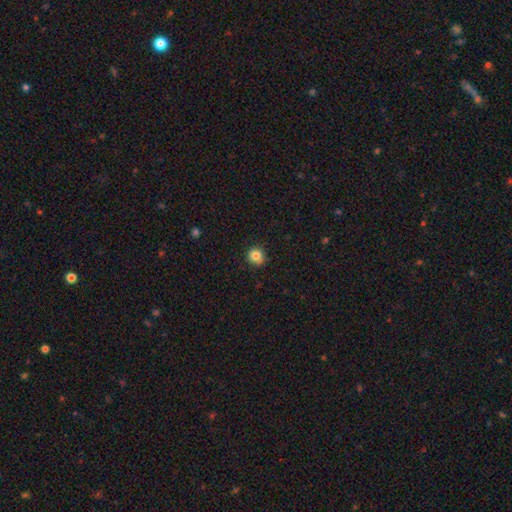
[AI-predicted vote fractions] Q: Smooth or featured?
A: smooth (83%); runner-up: star or artifact (11%)
Q: How rounded?
A: round (91%); runner-up: in between (8%)
Q: Merging?
A: none (88%); runner-up: minor disturbance (9%)